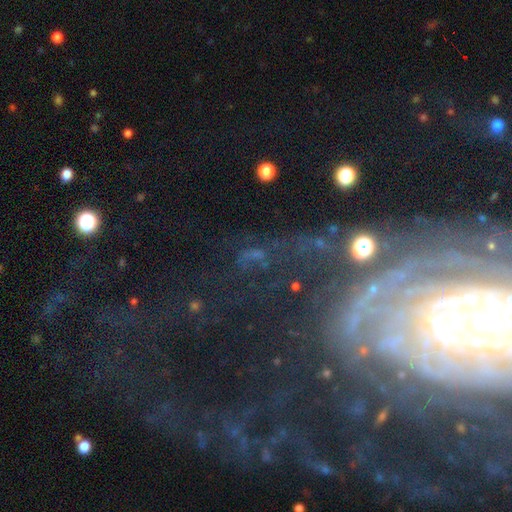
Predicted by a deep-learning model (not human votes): A star or artifact, not a galaxy (44%).